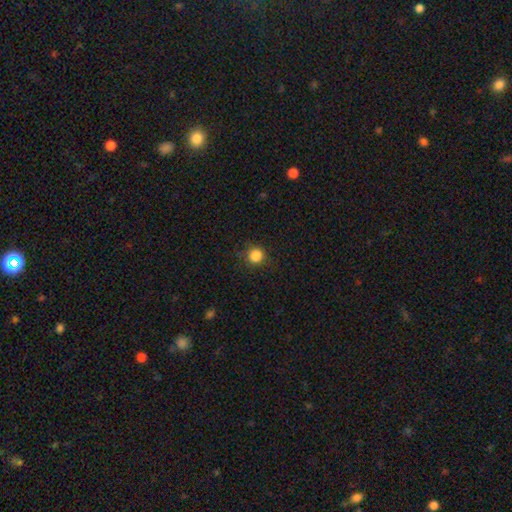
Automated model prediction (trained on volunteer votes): Smooth or featured: smooth — 85% (star or artifact — 12%)
How rounded: round — 90% (in between — 9%)
Merging: none — 86% (minor disturbance — 10%)